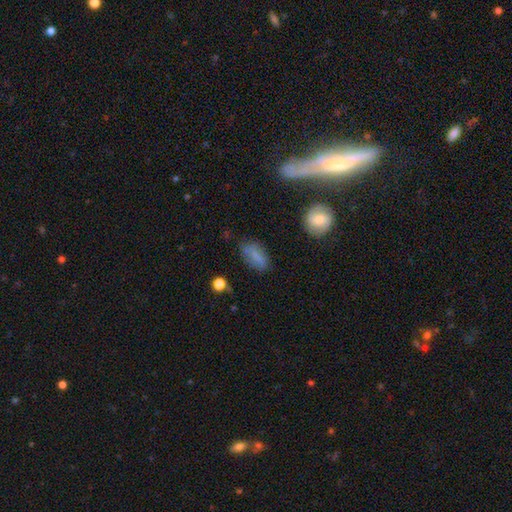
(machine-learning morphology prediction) This is likely a smooth galaxy (73%). How rounded: clearly in between (84%). Merging: likely none (69%).